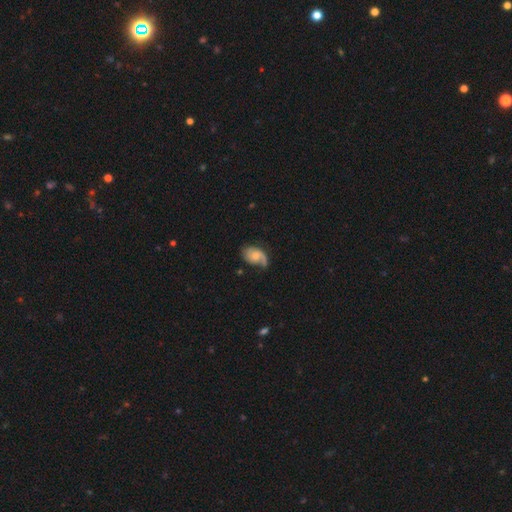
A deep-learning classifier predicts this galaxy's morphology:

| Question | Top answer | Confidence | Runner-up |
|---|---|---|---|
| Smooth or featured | featured or disk | 67% | smooth (26%) |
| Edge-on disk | no | 97% | yes (3%) |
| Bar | no | 69% | weak (27%) |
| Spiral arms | yes | 92% | no (8%) |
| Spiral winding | medium | 39% | loose (38%) |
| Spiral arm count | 2 | 51% | 1 (40%) |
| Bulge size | small | 43% | moderate (41%) |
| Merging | none | 54% | minor disturbance (27%) |